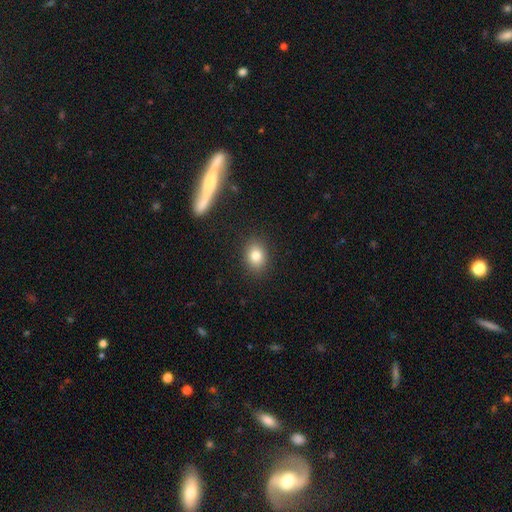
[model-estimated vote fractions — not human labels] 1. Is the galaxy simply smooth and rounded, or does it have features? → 80% smooth, 11% star or artifact, 9% featured or disk.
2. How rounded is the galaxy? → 54% in between, 45% round, 1% cigar-shaped.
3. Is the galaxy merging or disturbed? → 88% none, 8% minor disturbance, 3% major disturbance, 1% merger.